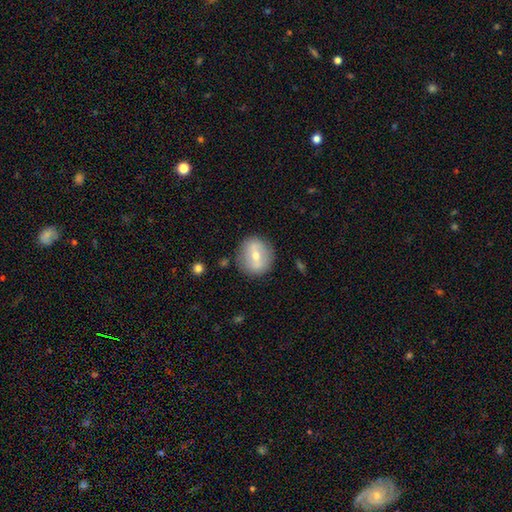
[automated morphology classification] Q: Smooth or featured?
A: smooth (51%); runner-up: featured or disk (42%)
Q: How rounded?
A: round (82%); runner-up: in between (17%)
Q: Merging?
A: none (84%); runner-up: minor disturbance (11%)